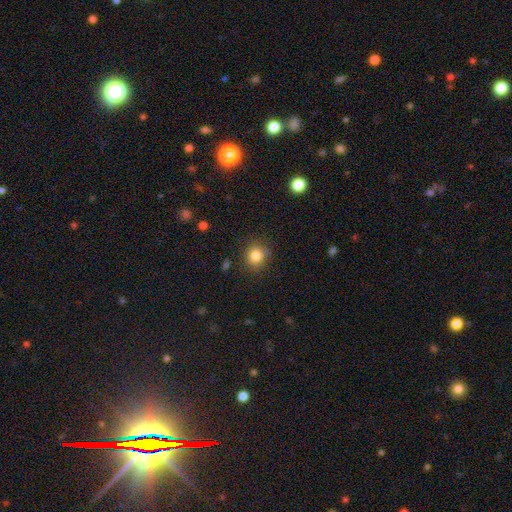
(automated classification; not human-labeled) Q: Smooth or featured?
A: smooth (84%); runner-up: star or artifact (11%)
Q: How rounded?
A: round (82%); runner-up: in between (17%)
Q: Merging?
A: none (85%); runner-up: minor disturbance (10%)